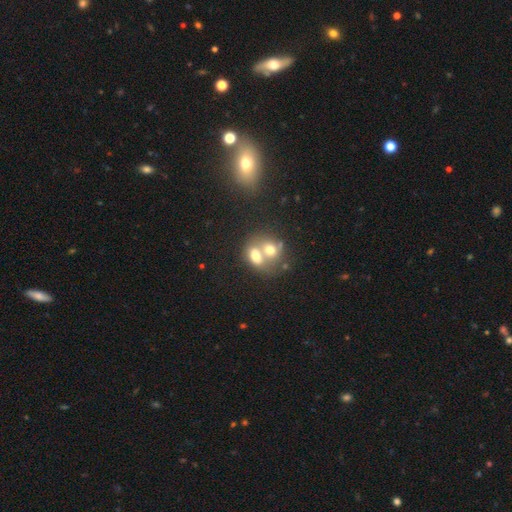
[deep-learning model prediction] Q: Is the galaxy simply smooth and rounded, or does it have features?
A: smooth — 66%.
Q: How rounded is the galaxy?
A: in between — 56%.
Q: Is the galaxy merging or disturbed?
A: merger — 73%.